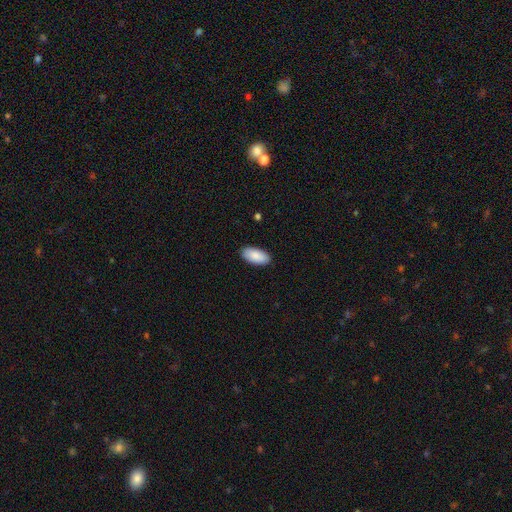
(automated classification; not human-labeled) smooth-or-featured: smooth: 90% | star or artifact: 6% | featured or disk: 5%
  how-rounded: in between: 94% | cigar-shaped: 4% | round: 2%
  merging: none: 89% | minor disturbance: 8% | major disturbance: 2% | merger: 1%